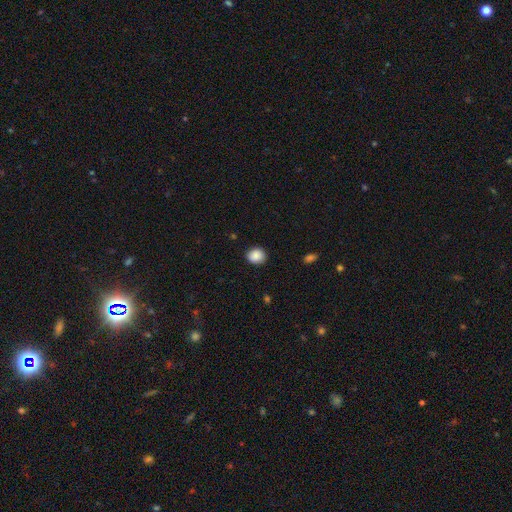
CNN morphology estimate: Overall: smooth (89%). How rounded: round (69%; in between 30%). Merging: none (88%).